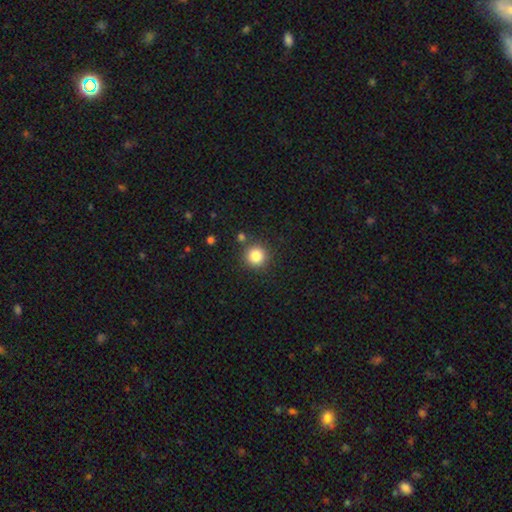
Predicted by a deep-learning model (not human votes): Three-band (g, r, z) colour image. It shows a smooth galaxy with no disk features (84%) that is round (94%). Merging: none (85%).